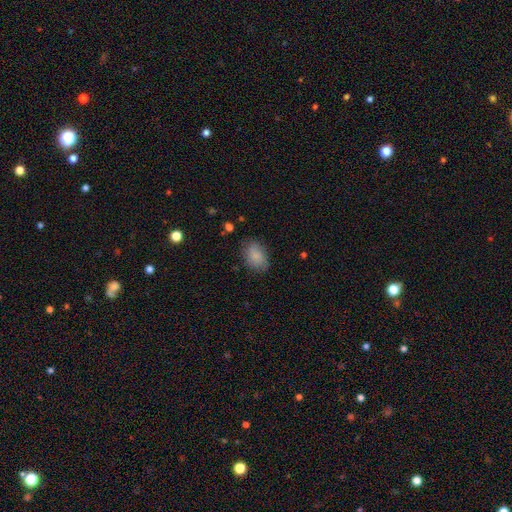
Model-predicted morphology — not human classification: Smooth or featured? Predicted: smooth (p=0.75). How rounded? Predicted: in between (p=0.82). Merging? Predicted: none (p=0.75).